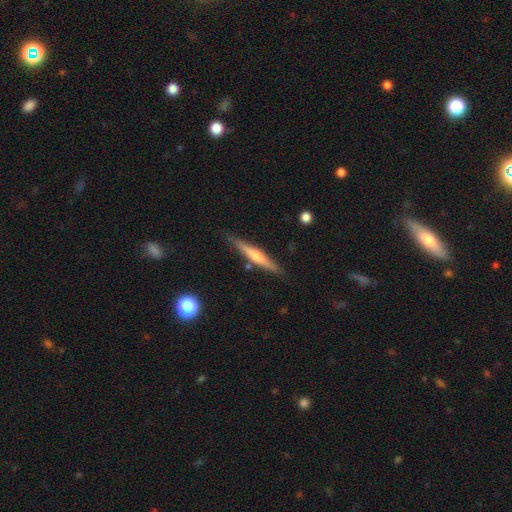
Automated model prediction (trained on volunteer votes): This appears to be a featured or disk galaxy (54%) viewed edge-on (96%) with a rounded central bulge (67%). Merging: none (85%).